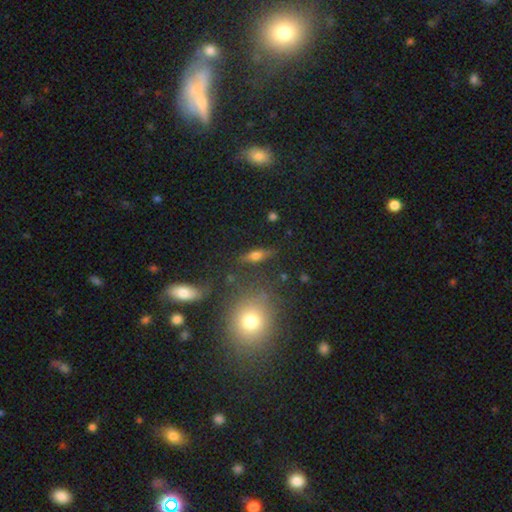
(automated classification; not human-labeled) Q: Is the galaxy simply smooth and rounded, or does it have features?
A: smooth — 45%.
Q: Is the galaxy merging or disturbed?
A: none — 78%.